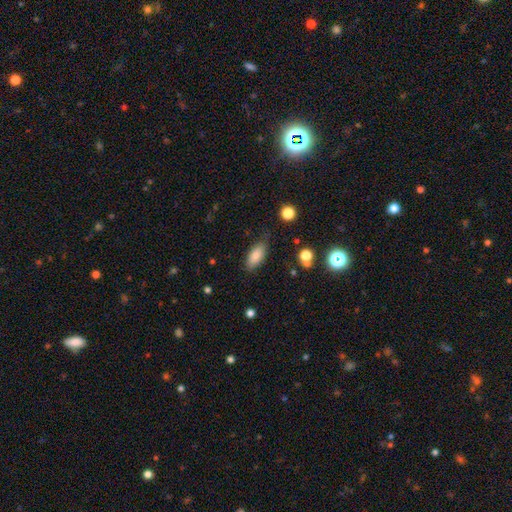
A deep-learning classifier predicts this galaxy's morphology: A smooth galaxy with no disk features (82%) that is in between round and cigar-shaped (86%). Merging: none (78%).